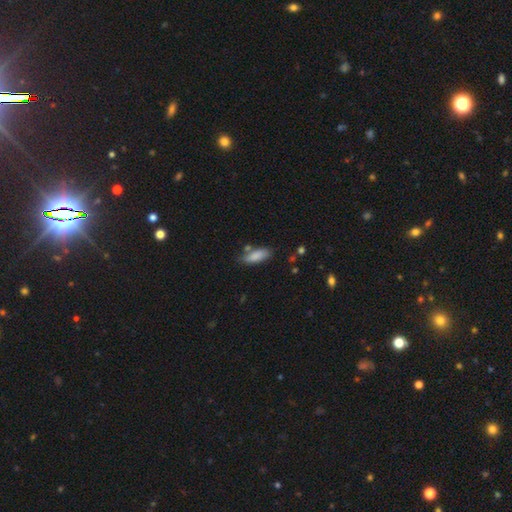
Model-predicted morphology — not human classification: smooth_or_featured: smooth (p=0.85) [alt: featured or disk p=0.08]
how_rounded: in between (p=0.69) [alt: cigar-shaped p=0.29]
merging: none (p=0.67) [alt: minor disturbance p=0.20]